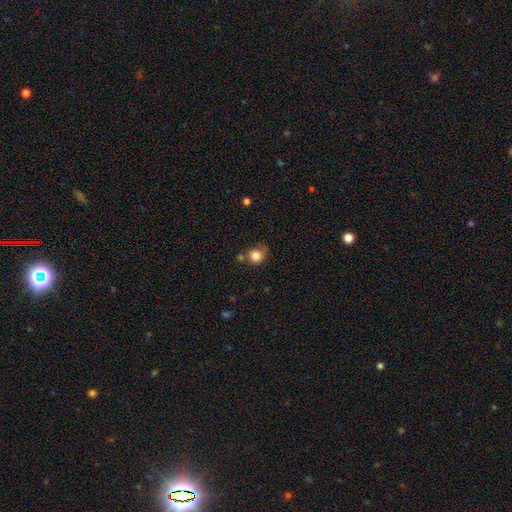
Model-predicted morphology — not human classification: Smooth or featured?
  - smooth: 83% *
  - star or artifact: 11%
  - featured or disk: 6%
How rounded?
  - round: 82% *
  - in between: 17%
  - cigar-shaped: 1%
Merging?
  - none: 58% *
  - minor disturbance: 23%
  - merger: 12%
  - major disturbance: 7%